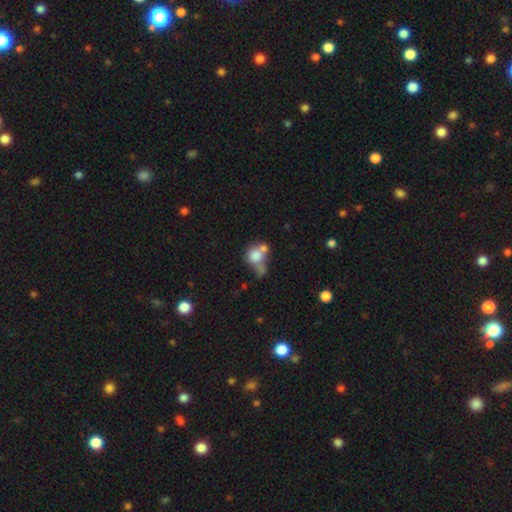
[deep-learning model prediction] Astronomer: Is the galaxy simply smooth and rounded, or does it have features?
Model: smooth — 72%.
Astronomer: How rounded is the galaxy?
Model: round — 66%.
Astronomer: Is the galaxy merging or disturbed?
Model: merger — 51%.